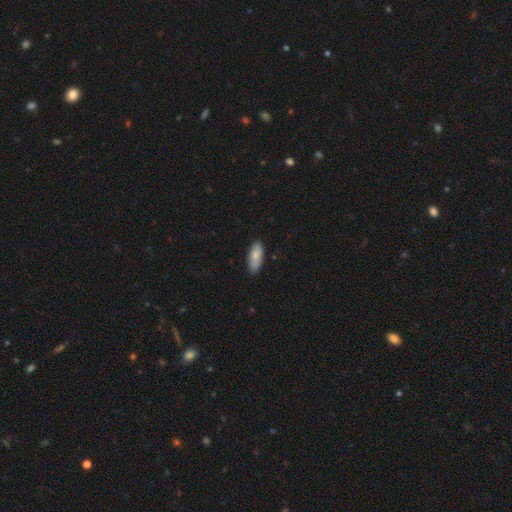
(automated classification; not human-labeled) smooth 79%, featured or disk 16%, star or artifact 6%. Down the decision tree: how rounded — in between (85%); merging — none (83%).